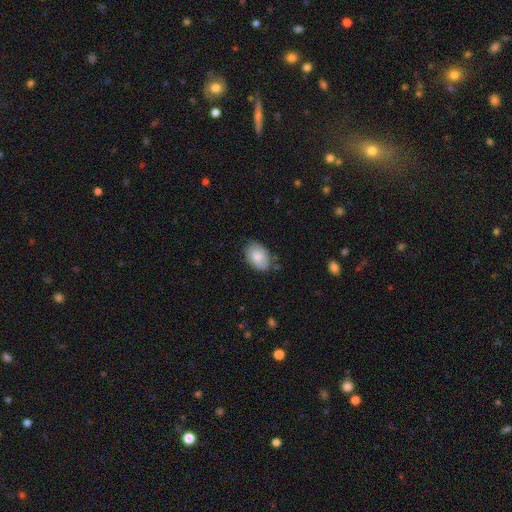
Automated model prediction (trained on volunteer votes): Smooth or featured?
  - smooth: 78% *
  - featured or disk: 14%
  - star or artifact: 8%
How rounded?
  - in between: 86% *
  - round: 13%
  - cigar-shaped: 1%
Merging?
  - none: 76% *
  - minor disturbance: 19%
  - major disturbance: 3%
  - merger: 2%